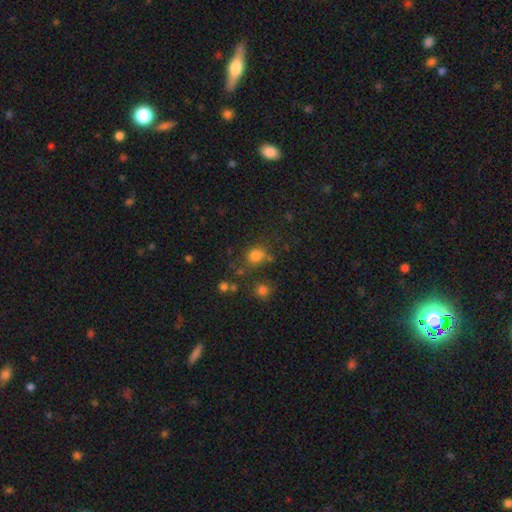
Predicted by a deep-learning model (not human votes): Smooth or featured? smooth (77%)
How rounded? round (68%)
Merging? none (67%)